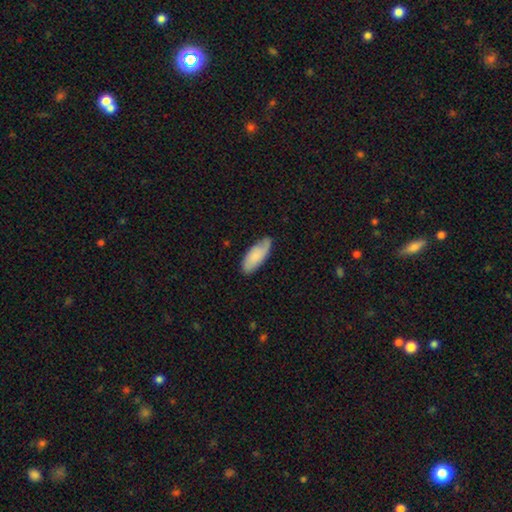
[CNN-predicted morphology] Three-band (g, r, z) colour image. It shows a smooth galaxy with no disk features (76%) that is in between round and cigar-shaped (82%). Merging: none (72%).